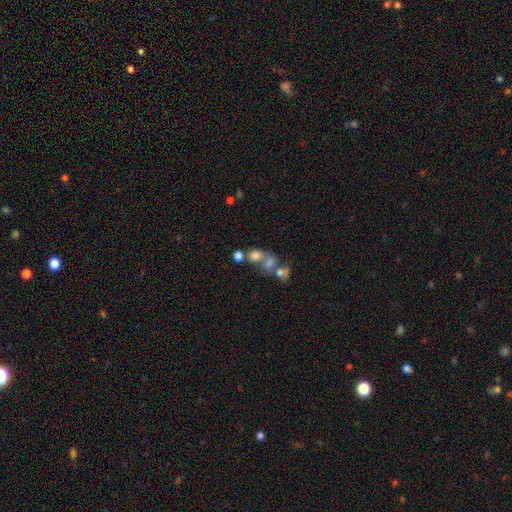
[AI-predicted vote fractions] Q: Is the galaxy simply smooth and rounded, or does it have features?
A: smooth — 69%.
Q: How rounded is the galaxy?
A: round — 58%.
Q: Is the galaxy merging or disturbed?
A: merger — 53%.